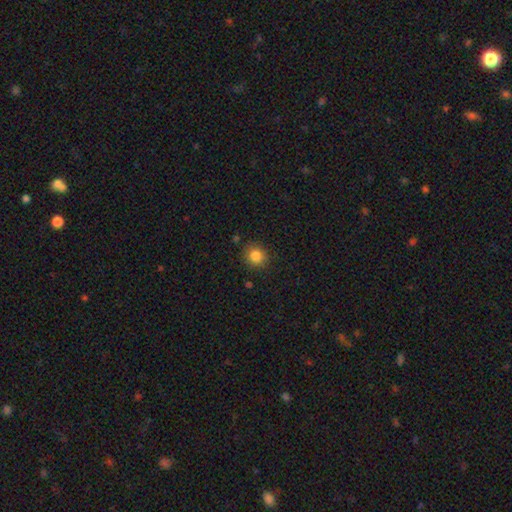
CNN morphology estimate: smooth_or_featured: smooth (p=0.84) [alt: star or artifact p=0.11]
how_rounded: round (p=0.88) [alt: in between p=0.11]
merging: none (p=0.87) [alt: minor disturbance p=0.09]